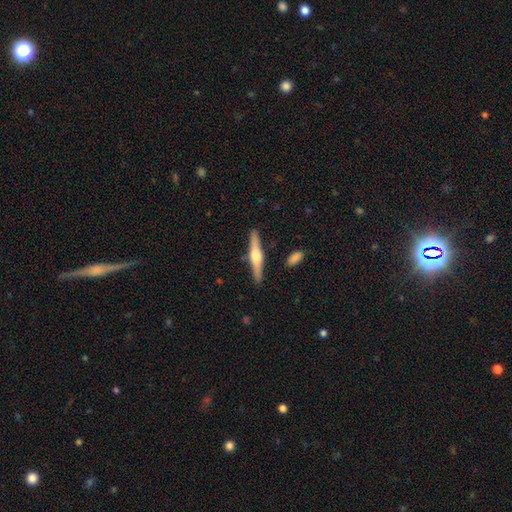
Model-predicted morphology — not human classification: Overall: featured or disk (71%). Edge-on disk: yes (98%). Edge-on bulge: rounded (91%). Merging: none (89%).